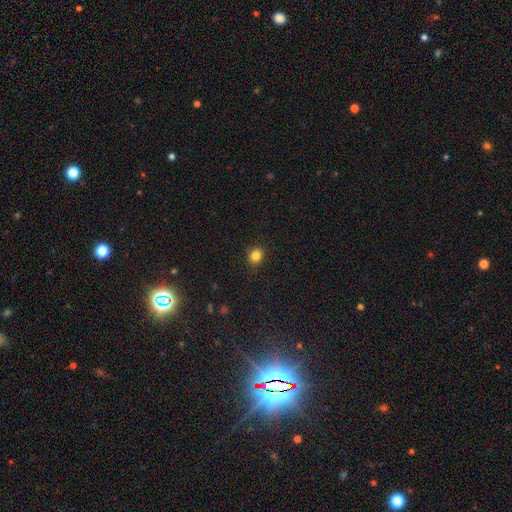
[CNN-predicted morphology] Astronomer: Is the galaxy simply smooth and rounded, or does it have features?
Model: smooth — 84%.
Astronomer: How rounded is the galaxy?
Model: round — 69%.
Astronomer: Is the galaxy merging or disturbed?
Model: none — 90%.